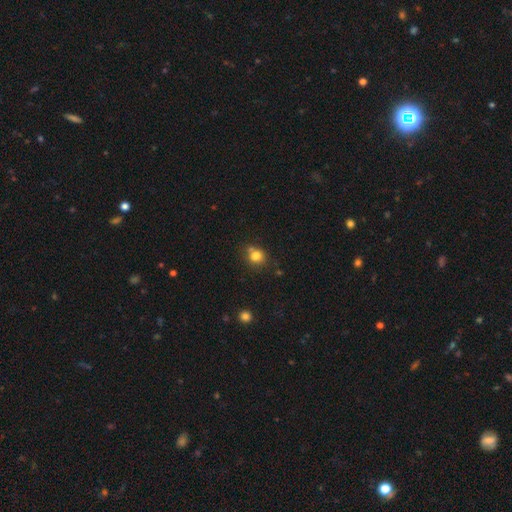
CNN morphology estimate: smooth_or_featured: smooth (p=0.80) [alt: star or artifact p=0.12]
how_rounded: round (p=0.72) [alt: in between p=0.27]
merging: none (p=0.60) [alt: merger p=0.18]